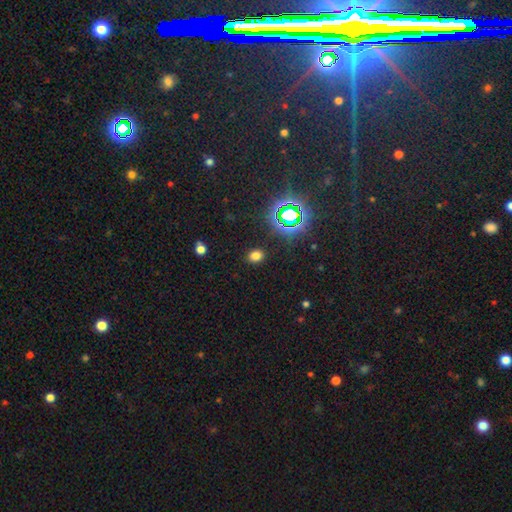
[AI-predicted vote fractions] This is likely a smooth galaxy (70%). How rounded: possibly in between (54%). Merging: clearly none (88%).